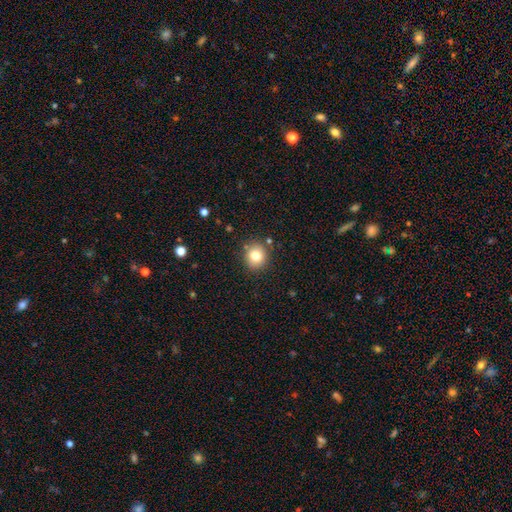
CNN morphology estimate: smooth_or_featured: smooth (p=0.79) [alt: star or artifact p=0.12]
how_rounded: round (p=0.86) [alt: in between p=0.14]
merging: none (p=0.87) [alt: minor disturbance p=0.08]